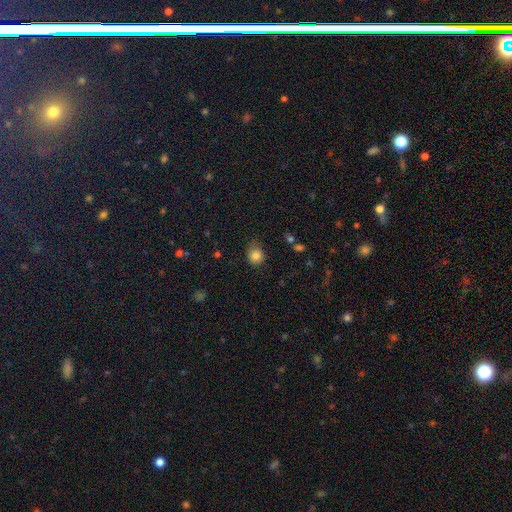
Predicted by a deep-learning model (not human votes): Morphology: type=smooth (82%); roundness=round (69%); merging=none (65%).